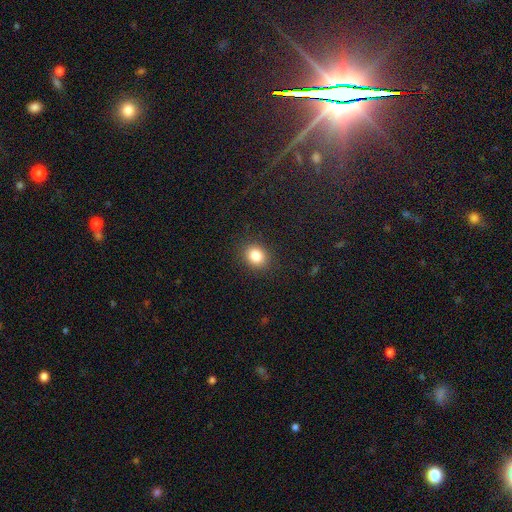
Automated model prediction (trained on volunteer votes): A smooth galaxy with no disk features (84%) that is round (63%).

Vote fractions:
- Smooth or featured? smooth: 84% / star or artifact: 10% / featured or disk: 5%
- How rounded? round: 63% / in between: 36% / cigar-shaped: 1%
- Merging? none: 89% / minor disturbance: 7% / major disturbance: 3% / merger: 1%